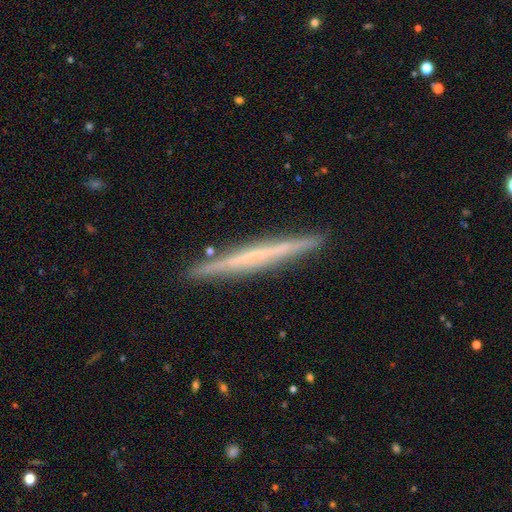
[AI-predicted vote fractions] Morphology: type=featured or disk (59%); edge-on=yes (97%); edge-on bulge=none (87%); merging=none (91%).